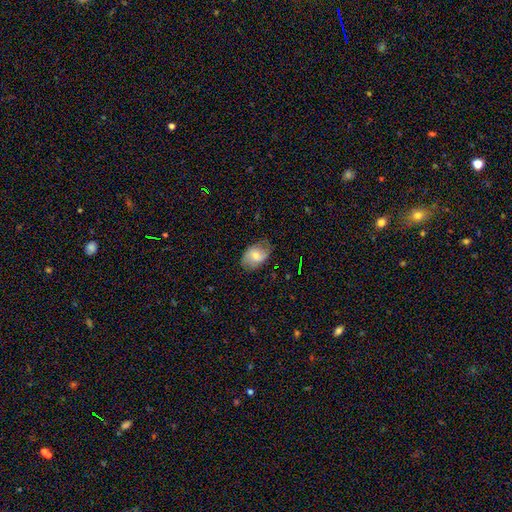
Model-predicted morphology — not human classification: This is likely a smooth galaxy (64%). How rounded: likely in between (79%). Merging: likely none (71%).